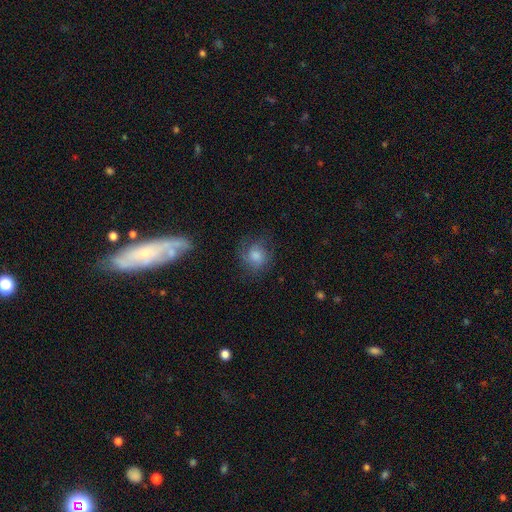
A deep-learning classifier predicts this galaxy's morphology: smooth 57%, featured or disk 31%, star or artifact 12%. Down the decision tree: how rounded — round (75%); merging — none (65%).